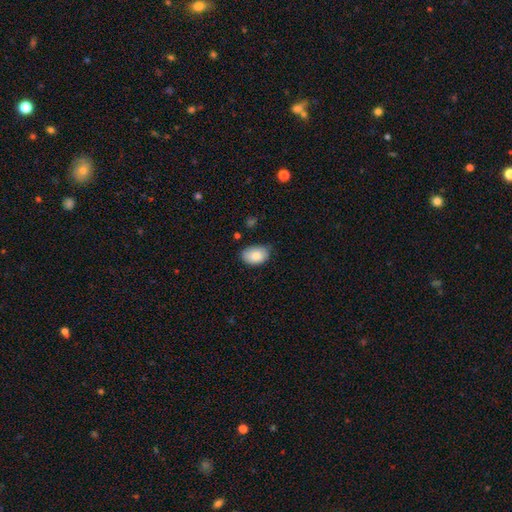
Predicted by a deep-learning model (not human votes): Overall: smooth (85%). How rounded: in between (85%). Merging: none (66%; minor disturbance 28%).